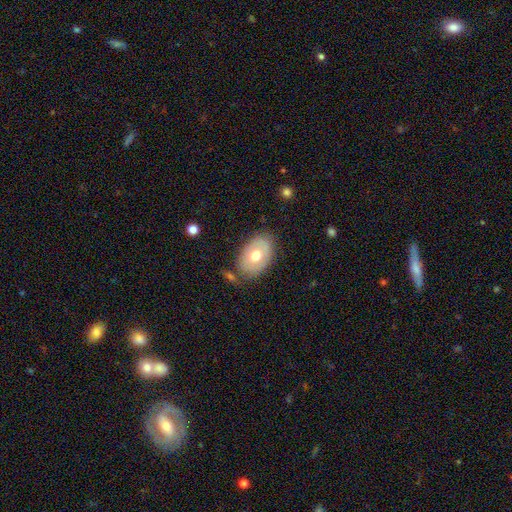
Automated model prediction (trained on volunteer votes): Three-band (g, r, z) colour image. It shows a smooth galaxy with no disk features (57%) that is in between round and cigar-shaped (85%). Merging: none (74%).